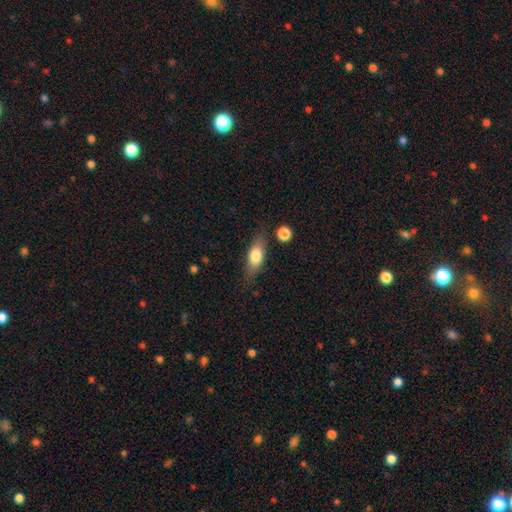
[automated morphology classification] type=smooth (70%); roundness=in between (67%); merging=none (76%).